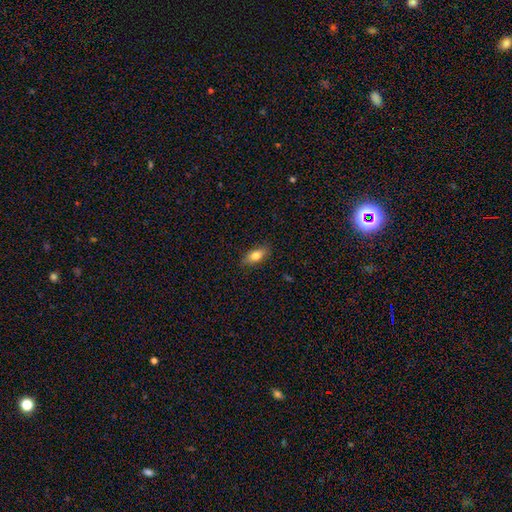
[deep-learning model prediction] This appears to be a smooth galaxy with no disk features (78%) that is in between round and cigar-shaped (83%). Merging: none (84%).